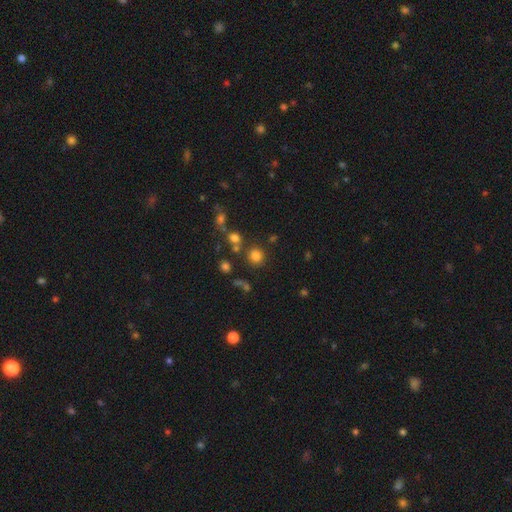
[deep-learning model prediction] The model was most divided on "smooth or featured": smooth: 77%, star or artifact: 16%, featured or disk: 7%. More confident: how rounded — round (91%); merging — none (79%).